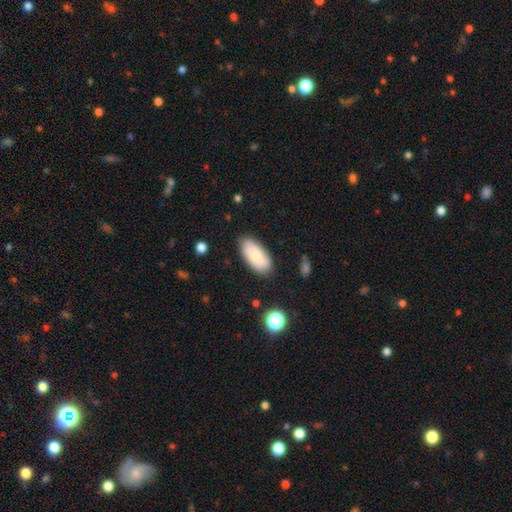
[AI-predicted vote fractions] Smooth or featured? smooth (76%)
How rounded? in between (92%)
Merging? none (81%)